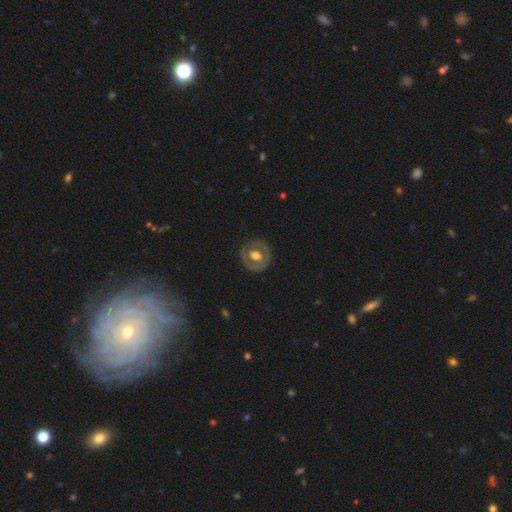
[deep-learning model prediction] Smooth or featured?
  - featured or disk: 55% *
  - smooth: 40%
  - star or artifact: 5%
Edge-on disk?
  - no: 95% *
  - yes: 5%
Bar?
  - no: 67% *
  - weak: 24%
  - strong: 9%
Spiral arms?
  - no: 81% *
  - yes: 19%
Bulge size?
  - moderate: 59% *
  - large: 33%
  - small: 5%
  - dominant: 2%
  - none: 1%
Merging?
  - none: 82% *
  - minor disturbance: 12%
  - major disturbance: 4%
  - merger: 1%